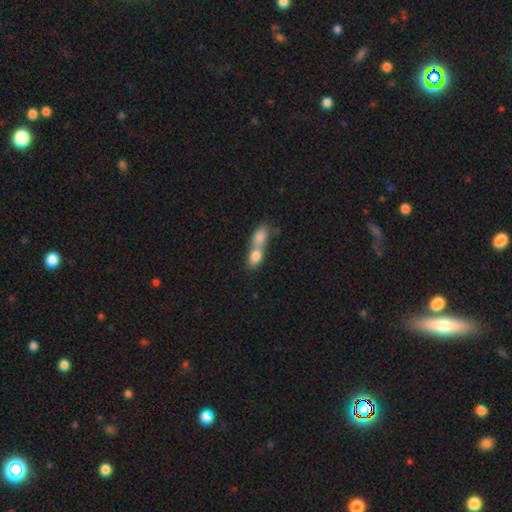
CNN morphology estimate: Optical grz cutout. It shows a smooth galaxy with no disk features (78%) that is in between round and cigar-shaped (75%). Merging: merger (75%).